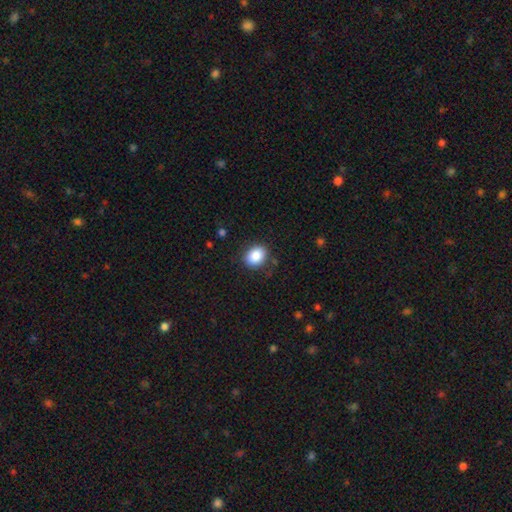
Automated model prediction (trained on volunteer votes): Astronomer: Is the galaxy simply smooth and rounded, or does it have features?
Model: smooth — 87%.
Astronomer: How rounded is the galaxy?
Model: in between — 63%.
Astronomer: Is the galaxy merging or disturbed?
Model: none — 84%.